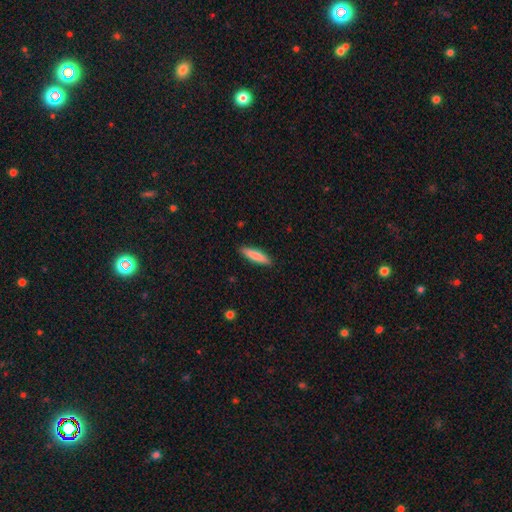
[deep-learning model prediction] Smooth or featured? smooth (83%)
How rounded? cigar-shaped (79%)
Merging? none (90%)